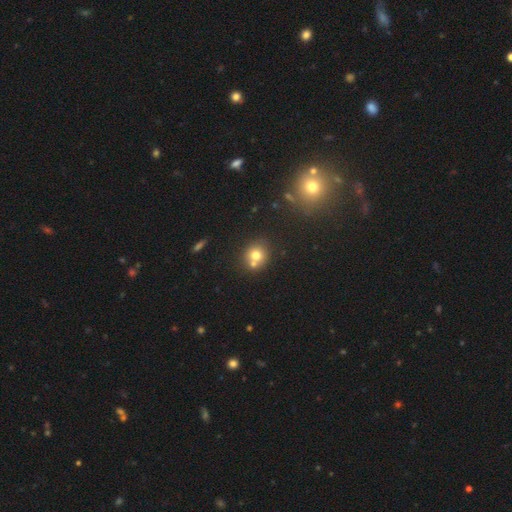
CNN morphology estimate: smooth 72%, featured or disk 15%, star or artifact 13%. Down the decision tree: how rounded — round (83%); merging — none (53%).